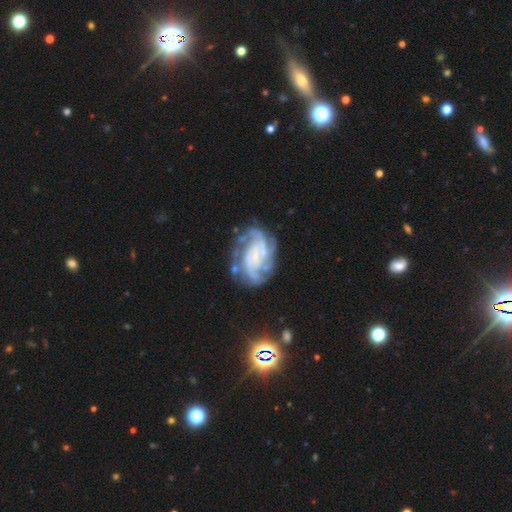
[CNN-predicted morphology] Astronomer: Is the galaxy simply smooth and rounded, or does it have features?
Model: featured or disk — 87%.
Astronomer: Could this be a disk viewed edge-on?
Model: no — 98%.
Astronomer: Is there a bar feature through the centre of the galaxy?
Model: no — 57%.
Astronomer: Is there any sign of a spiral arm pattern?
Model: yes — 96%.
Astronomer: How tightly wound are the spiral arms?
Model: tight — 55% (runner-up: medium, 36%).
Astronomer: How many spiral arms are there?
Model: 3 — 25%, tied with 2 at 25%.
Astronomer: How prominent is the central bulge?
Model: small — 61%.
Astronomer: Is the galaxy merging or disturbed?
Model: none — 65%.